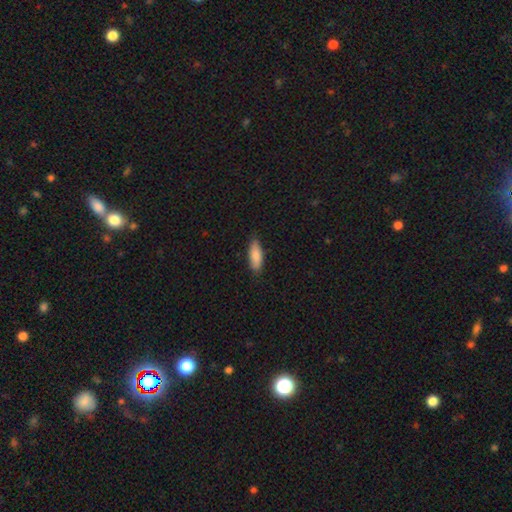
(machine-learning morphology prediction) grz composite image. It shows a smooth galaxy with no disk features (85%) that is in between round and cigar-shaped (68%). Merging: none (83%).